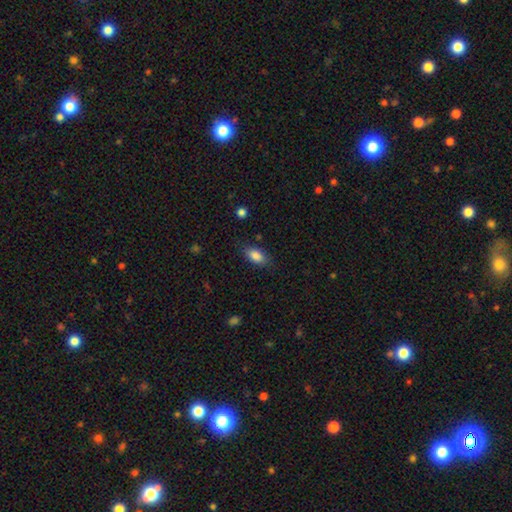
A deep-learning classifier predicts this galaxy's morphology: Smooth or featured? Predicted: smooth (p=0.85). How rounded? Predicted: in between (p=0.88). Merging? Predicted: none (p=0.82).